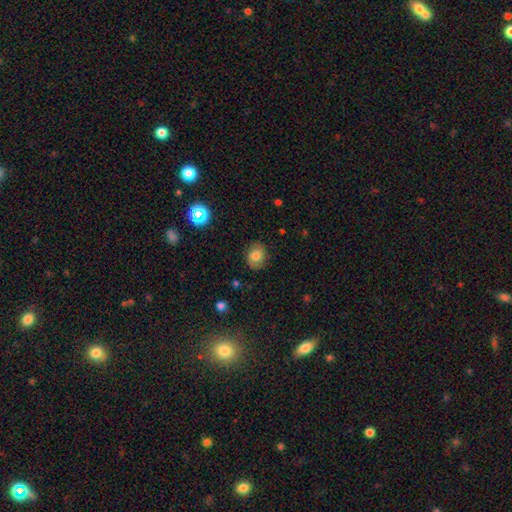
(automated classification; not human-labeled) This appears to be a smooth galaxy with no disk features (74%) that is round (65%). Merging: none (84%).